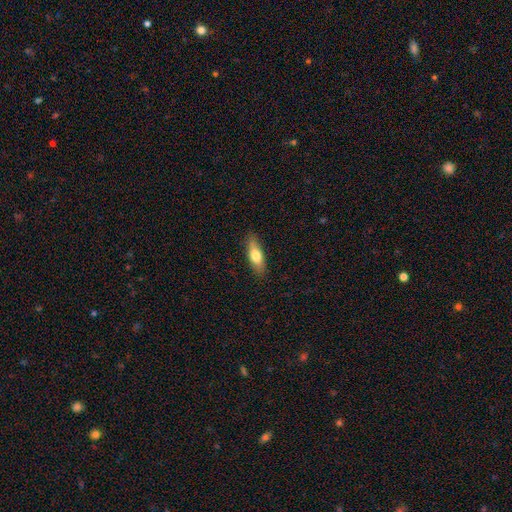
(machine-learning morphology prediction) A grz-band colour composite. It shows a smooth galaxy with no disk features (69%) that is in between round and cigar-shaped (54%). Merging: none (84%).